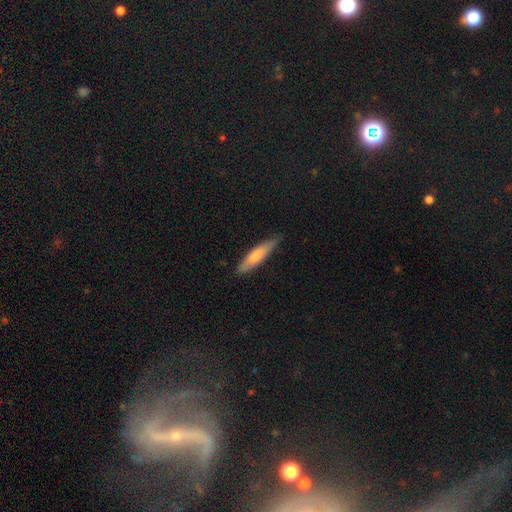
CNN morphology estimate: Smooth or featured? Predicted: smooth (p=0.57). How rounded? Predicted: cigar-shaped (p=0.85). Merging? Predicted: none (p=0.84).